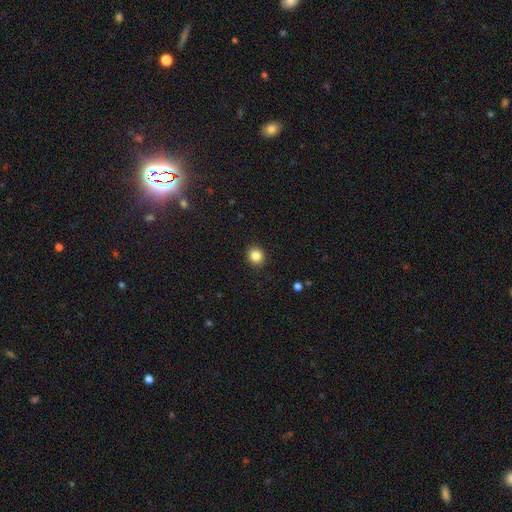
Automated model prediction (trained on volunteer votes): A smooth galaxy with no disk features (85%) that is round (90%). Merging: none (92%).